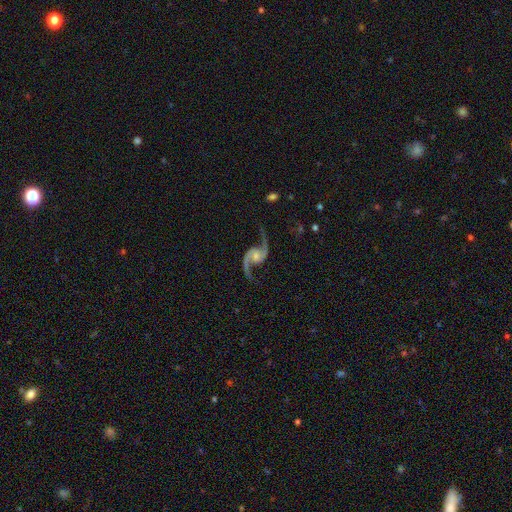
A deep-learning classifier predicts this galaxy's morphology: The model was most divided on "bulge size": small: 51%, moderate: 39%, none: 4%, large: 3%, dominant: 1%. More confident: spiral arms — yes (98%); edge-on disk — no (98%); spiral arm count — 2 (95%); smooth or featured — featured or disk (93%); merging — none (79%); bar — no (63%); spiral winding — loose (62%).